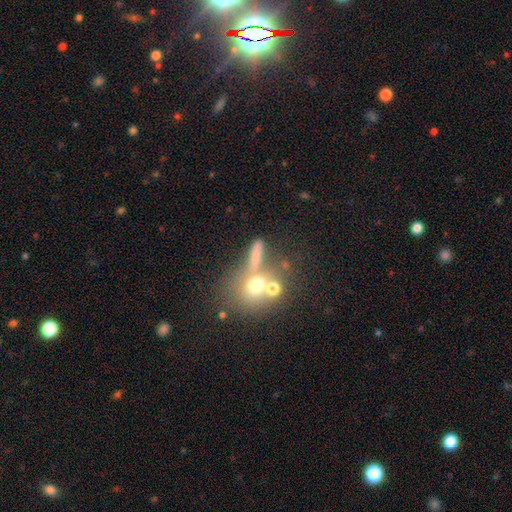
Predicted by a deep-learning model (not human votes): This appears to be a smooth galaxy with no disk features (63%) that is round (46%). Merging: none (44%).